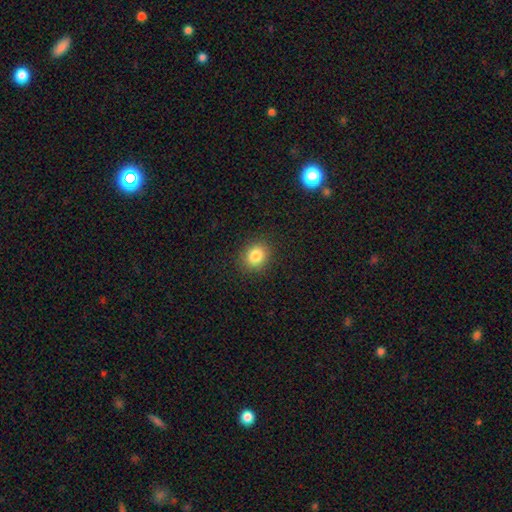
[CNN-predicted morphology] A smooth galaxy with no disk features (84%) that is round (67%).

Vote fractions:
- Smooth or featured? smooth: 84% / star or artifact: 11% / featured or disk: 6%
- How rounded? round: 67% / in between: 32% / cigar-shaped: 1%
- Merging? none: 89% / minor disturbance: 8% / major disturbance: 3% / merger: 1%